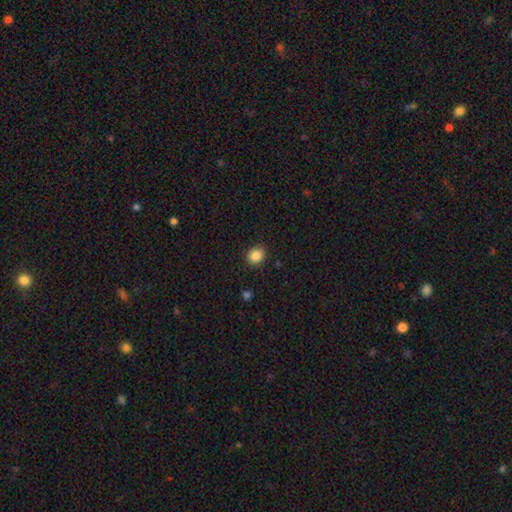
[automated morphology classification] Q: Smooth or featured?
A: smooth (86%); runner-up: star or artifact (10%)
Q: How rounded?
A: round (69%); runner-up: in between (31%)
Q: Merging?
A: none (89%); runner-up: minor disturbance (8%)